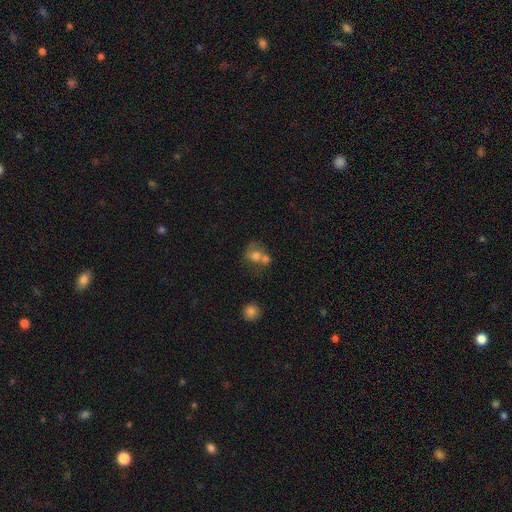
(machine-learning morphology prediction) This is likely a smooth galaxy (67%). How rounded: likely round (65%). Merging: possibly merger (53%).